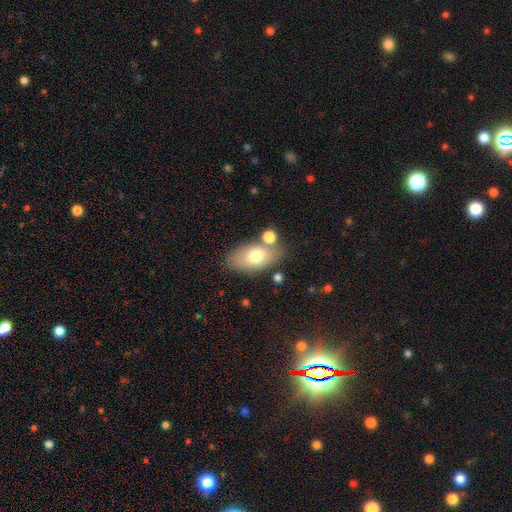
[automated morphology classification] The model was most divided on "merging": none: 63%, merger: 17%, minor disturbance: 15%, major disturbance: 5%. More confident: how rounded — in between (90%); smooth or featured — smooth (73%).